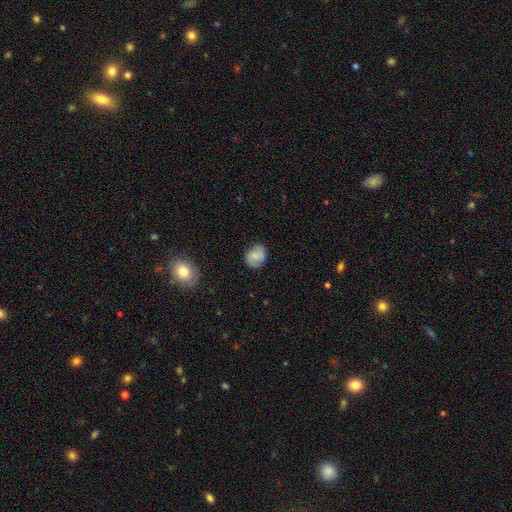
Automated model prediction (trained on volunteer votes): This is likely a smooth galaxy (62%). How rounded: likely round (64%). Merging: likely none (75%).